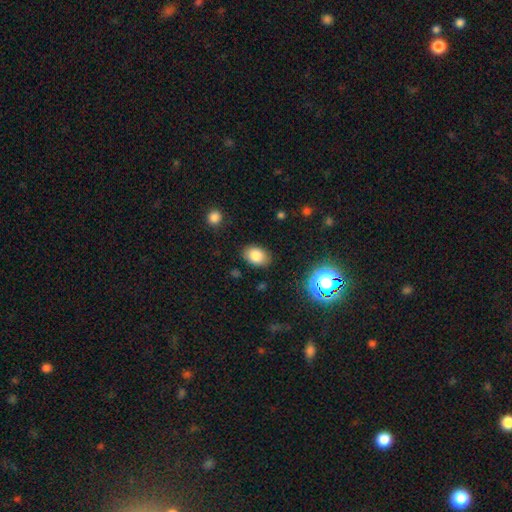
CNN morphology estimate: smooth-or-featured: smooth: 82% | star or artifact: 10% | featured or disk: 8%
  how-rounded: in between: 80% | round: 19% | cigar-shaped: 1%
  merging: none: 84% | minor disturbance: 11% | major disturbance: 3% | merger: 1%